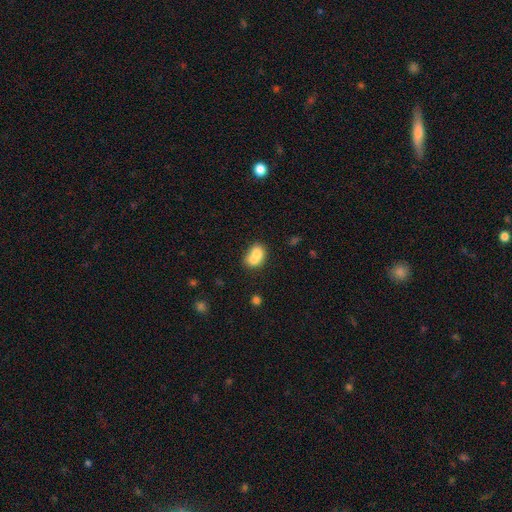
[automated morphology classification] Smooth or featured? Predicted: smooth (p=0.73). How rounded? Predicted: in between (p=0.62). Merging? Predicted: merger (p=0.58).